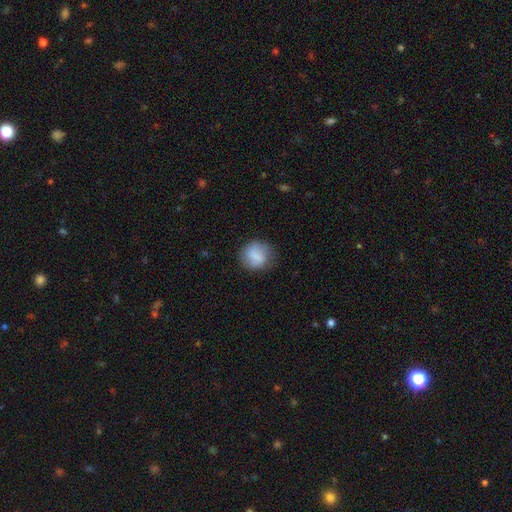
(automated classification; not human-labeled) smooth 78%, featured or disk 15%, star or artifact 7%. Down the decision tree: how rounded — round (81%); merging — none (76%).